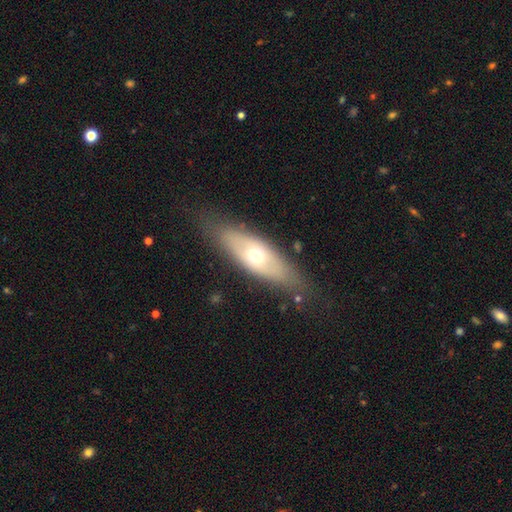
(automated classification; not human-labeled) smooth 50%, featured or disk 44%, star or artifact 7%. Down the decision tree: merging — none (78%).